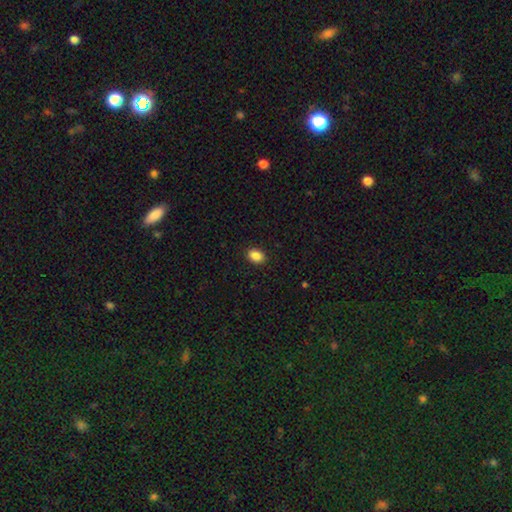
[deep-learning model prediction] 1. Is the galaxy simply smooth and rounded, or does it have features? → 88% smooth, 9% star or artifact, 3% featured or disk.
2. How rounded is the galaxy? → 70% in between, 29% round, 1% cigar-shaped.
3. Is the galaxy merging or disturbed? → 91% none, 7% minor disturbance, 2% major disturbance, 1% merger.